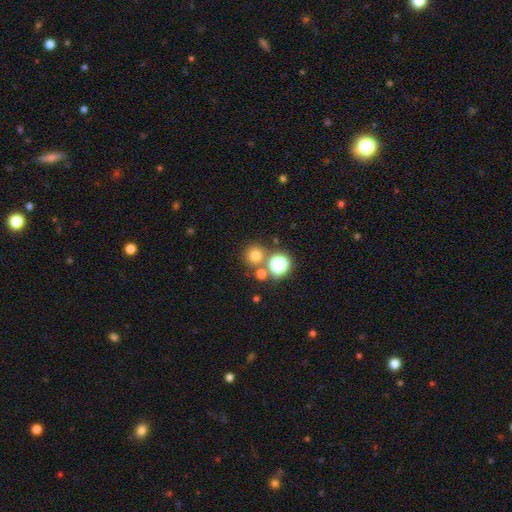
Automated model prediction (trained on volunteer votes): Smooth or featured? smooth (70%)
How rounded? round (92%)
Merging? none (71%)